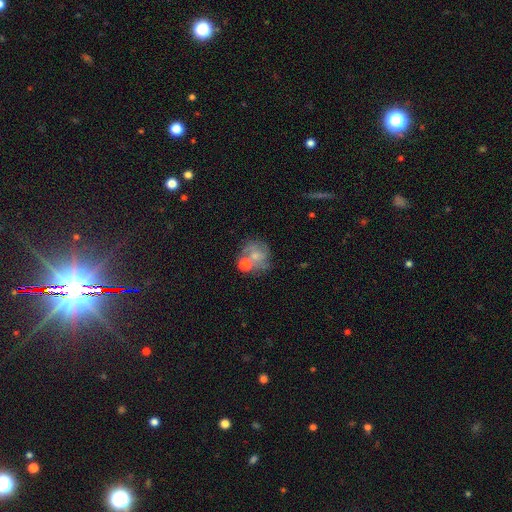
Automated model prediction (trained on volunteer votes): smooth-or-featured: featured or disk: 50% | smooth: 39% | star or artifact: 11%
  merging: none: 48% | merger: 21% | minor disturbance: 18% | major disturbance: 12%